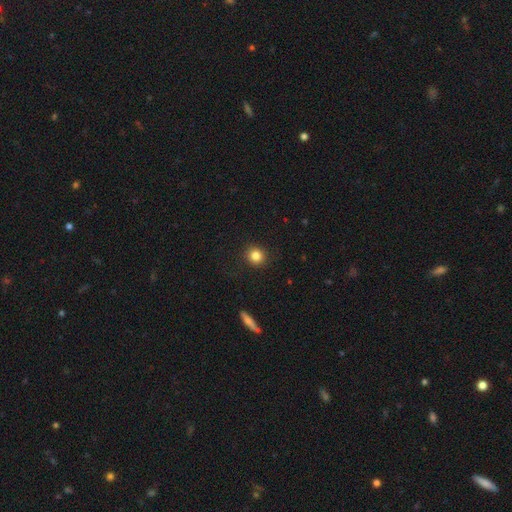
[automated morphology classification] This appears to be a smooth galaxy with no disk features (84%) that is round (90%). Merging: none (91%).